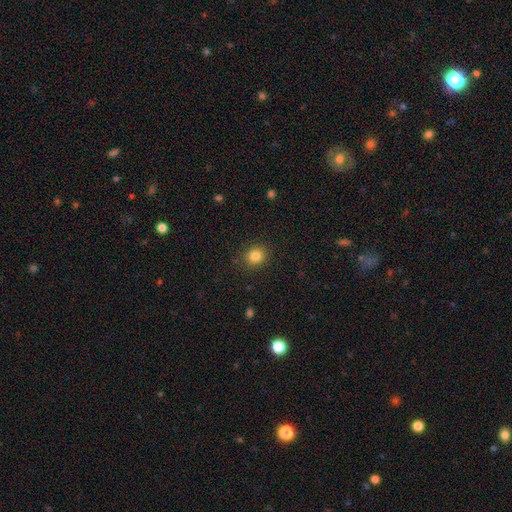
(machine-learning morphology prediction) type=smooth (84%); roundness=round (78%); merging=none (88%).